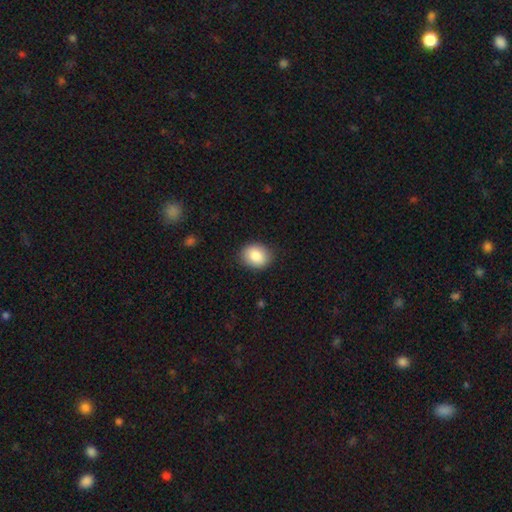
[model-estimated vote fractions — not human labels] Smooth or featured: smooth — 86% (star or artifact — 8%)
How rounded: in between — 52% (round — 47%)
Merging: none — 87% (minor disturbance — 10%)